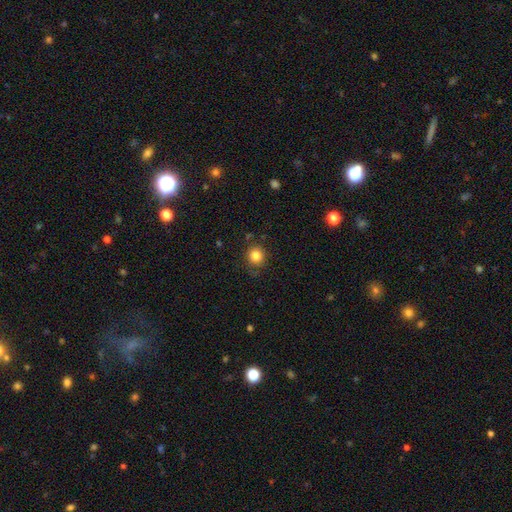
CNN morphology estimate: Smooth or featured: smooth — 83% (star or artifact — 11%)
How rounded: round — 87% (in between — 13%)
Merging: none — 80% (minor disturbance — 14%)